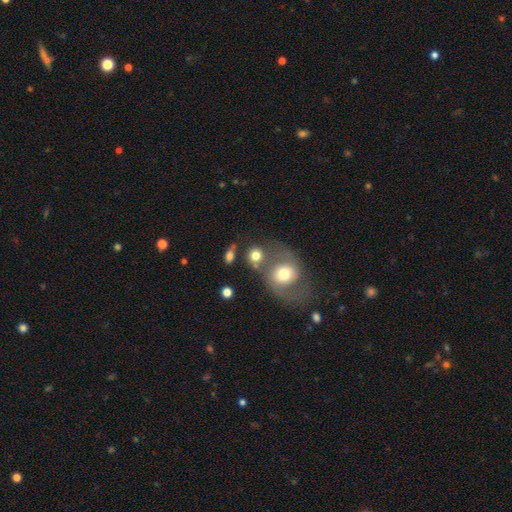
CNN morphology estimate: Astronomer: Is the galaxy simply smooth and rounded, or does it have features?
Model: smooth — 69%.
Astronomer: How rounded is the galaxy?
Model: round — 70%.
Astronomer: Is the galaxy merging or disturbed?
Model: none — 42% (runner-up: merger, 37%).